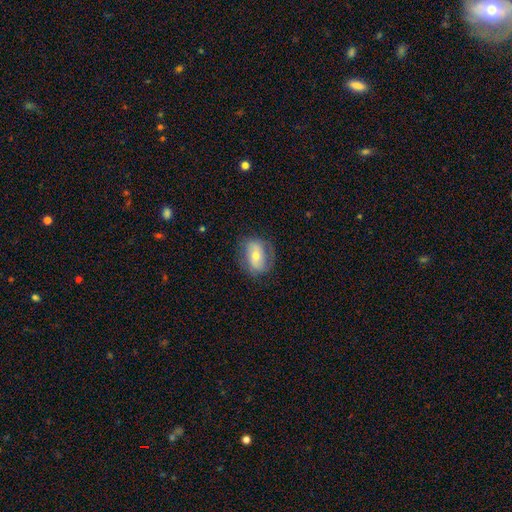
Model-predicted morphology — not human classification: type=featured or disk (51%); edge-on=no (91%); merging=none (71%).